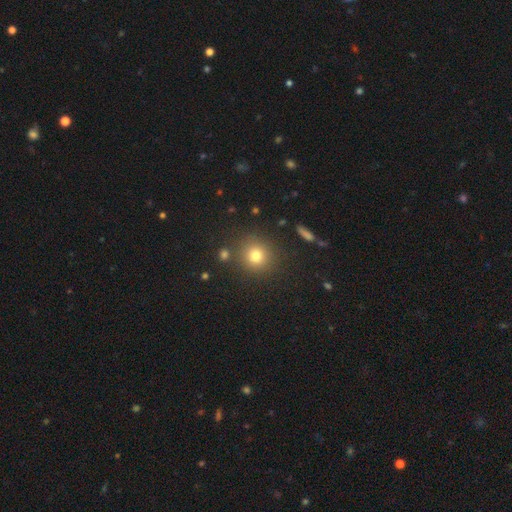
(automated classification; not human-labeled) A smooth galaxy with no disk features (76%) that is round (92%). Merging: none (86%).